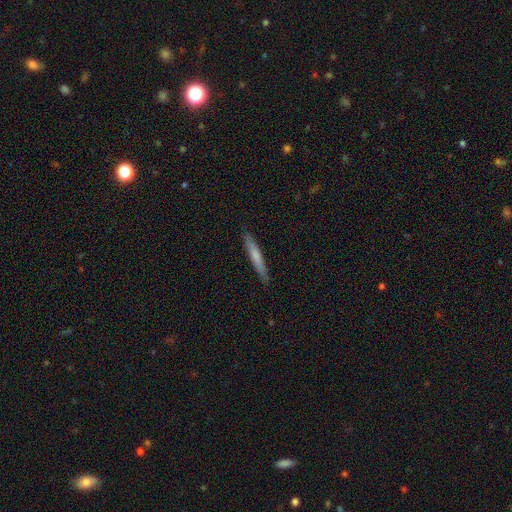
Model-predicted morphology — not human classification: Overall: smooth (65%; featured or disk 30%). How rounded: cigar-shaped (95%). Merging: none (89%).